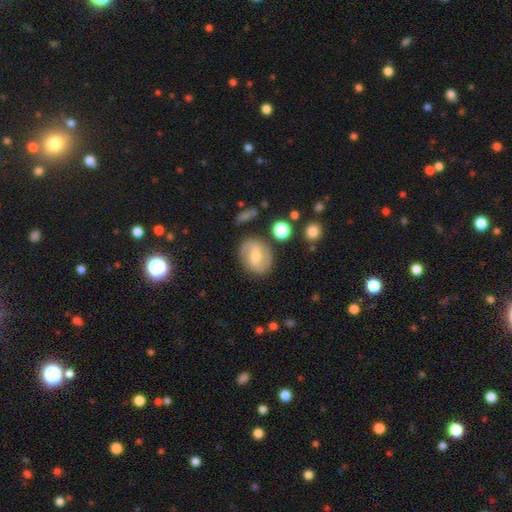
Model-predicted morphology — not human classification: This appears to be a featured or disk galaxy (63%) with a weak bar (46%), spiral arms (81%) and a moderate central bulge (57%). Merging: none (80%).